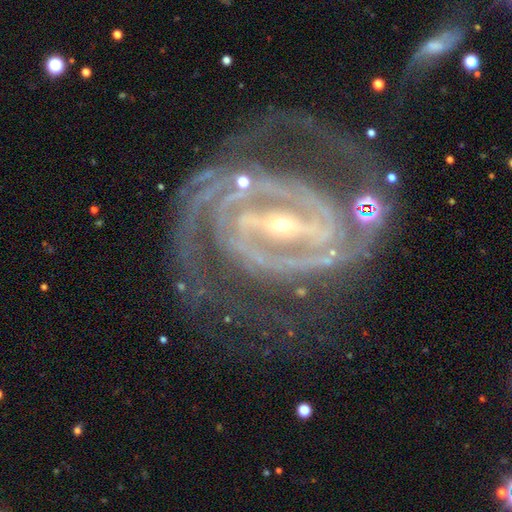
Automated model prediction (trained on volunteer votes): The model was most divided on "spiral winding": tight: 61%, medium: 33%, loose: 6%. More confident: spiral arms — yes (98%); edge-on disk — no (97%); smooth or featured — featured or disk (93%); bulge size — small (82%); bar — strong (73%); merging — none (59%); spiral arm count — 2 (53%).